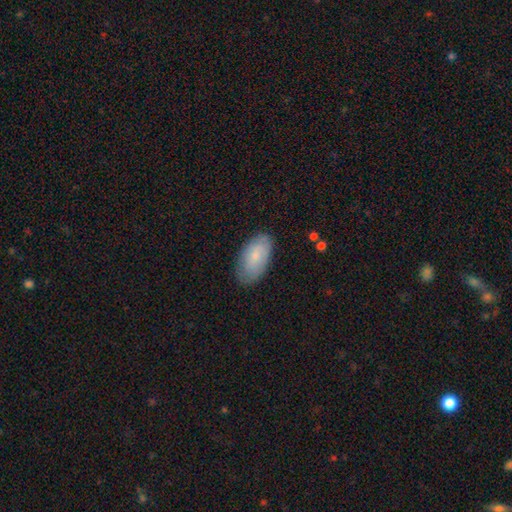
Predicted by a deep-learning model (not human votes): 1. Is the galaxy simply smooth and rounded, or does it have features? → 70% smooth, 23% featured or disk, 6% star or artifact.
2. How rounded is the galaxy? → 94% in between, 3% round, 3% cigar-shaped.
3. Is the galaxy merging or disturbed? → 77% none, 18% minor disturbance, 4% major disturbance, 1% merger.